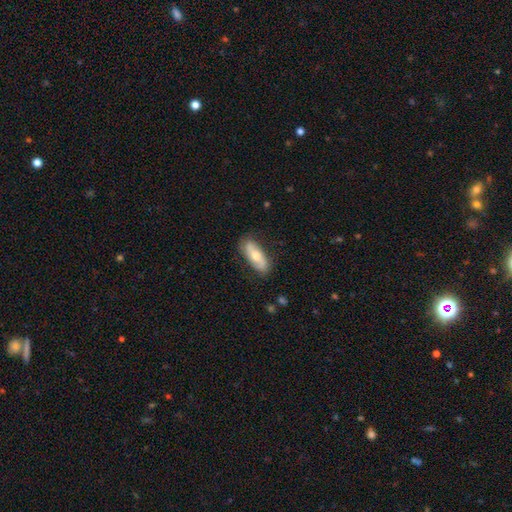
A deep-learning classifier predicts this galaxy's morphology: A smooth galaxy with no disk features (54%) that is in between round and cigar-shaped (69%). Merging: none (79%).